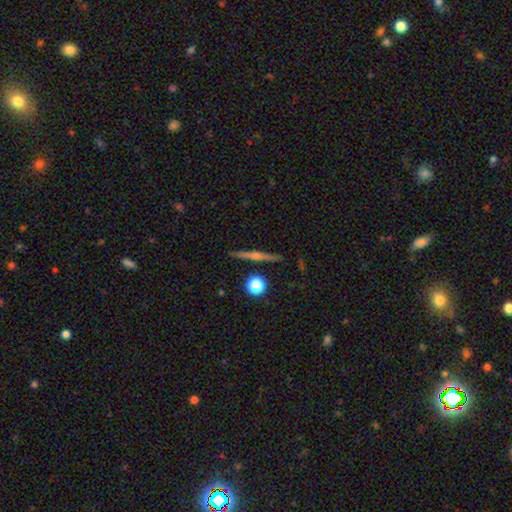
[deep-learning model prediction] A featured or disk galaxy (69%) viewed edge-on (98%) with a rounded central bulge (82%).

Vote fractions:
- Smooth or featured? featured or disk: 69% / smooth: 23% / star or artifact: 8%
- Edge-on disk? yes: 98% / no: 2%
- Edge-on bulge? rounded: 82% / none: 12% / boxy: 7%
- Merging? none: 90% / minor disturbance: 6% / merger: 2% / major disturbance: 2%